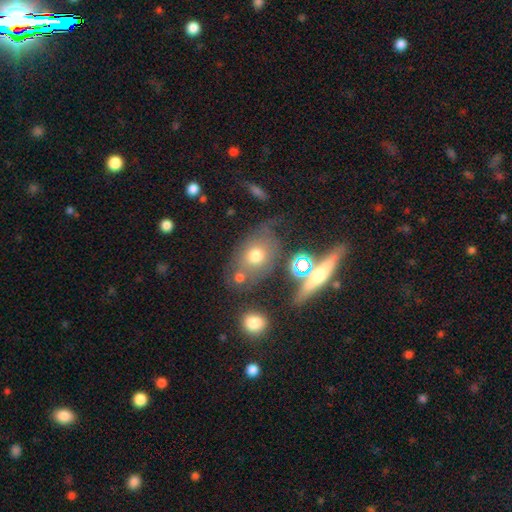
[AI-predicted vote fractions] smooth-or-featured: smooth: 60% | featured or disk: 24% | star or artifact: 16%
  how-rounded: in between: 60% | round: 37% | cigar-shaped: 3%
  merging: none: 53% | minor disturbance: 19% | merger: 15% | major disturbance: 13%